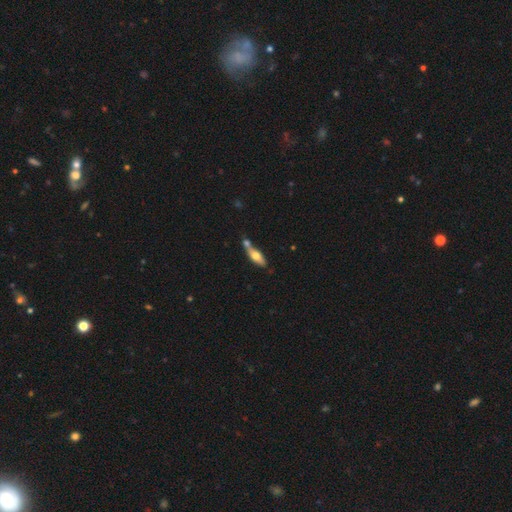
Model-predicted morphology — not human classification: Overall: smooth (53%; featured or disk 40%). How rounded: cigar-shaped (50%; in between 47%). Merging: none (48%; merger 33%).